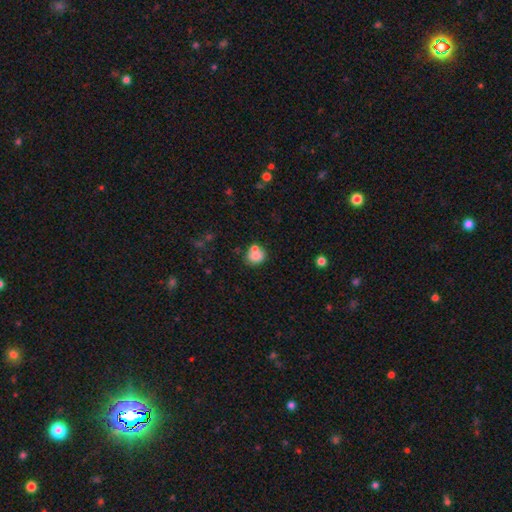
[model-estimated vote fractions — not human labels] smooth 77%, featured or disk 14%, star or artifact 10%. Down the decision tree: how rounded — round (72%); merging — none (52%).